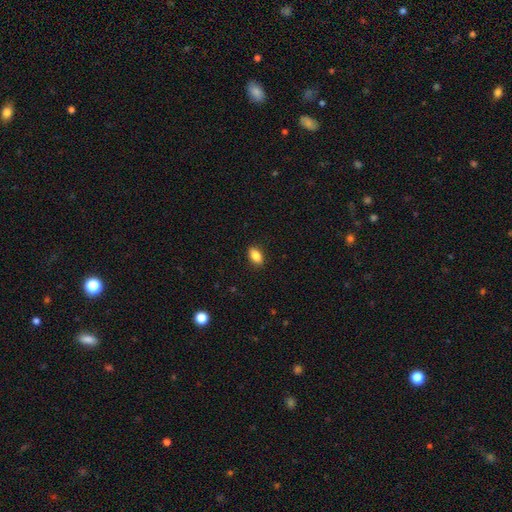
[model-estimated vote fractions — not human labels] smooth-or-featured: smooth: 86% | star or artifact: 8% | featured or disk: 6%
  how-rounded: in between: 89% | round: 8% | cigar-shaped: 3%
  merging: none: 90% | minor disturbance: 7% | major disturbance: 2% | merger: 1%